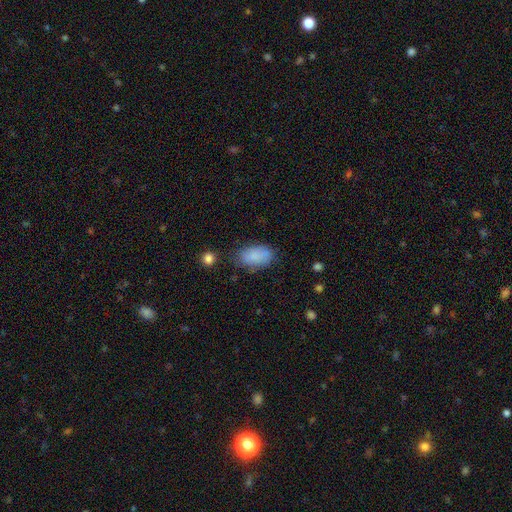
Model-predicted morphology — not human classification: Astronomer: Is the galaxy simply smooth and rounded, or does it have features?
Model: smooth — 84%.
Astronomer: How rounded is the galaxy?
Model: in between — 93%.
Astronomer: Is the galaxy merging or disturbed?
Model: none — 69%.